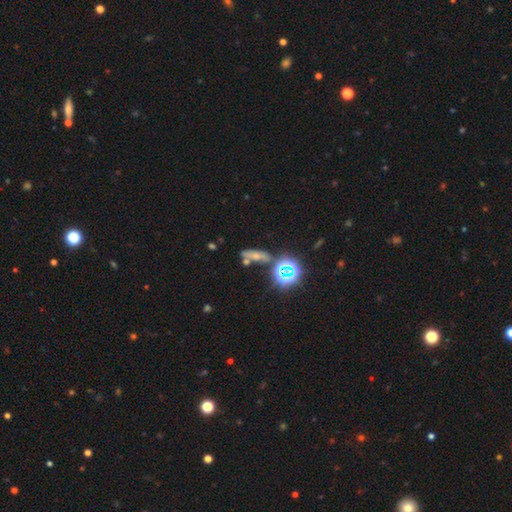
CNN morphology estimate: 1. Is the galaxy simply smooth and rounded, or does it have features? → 52% smooth, 29% star or artifact, 20% featured or disk.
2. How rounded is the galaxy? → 44% in between, 42% cigar-shaped, 14% round.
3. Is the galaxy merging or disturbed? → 56% none, 19% merger, 17% minor disturbance, 8% major disturbance.